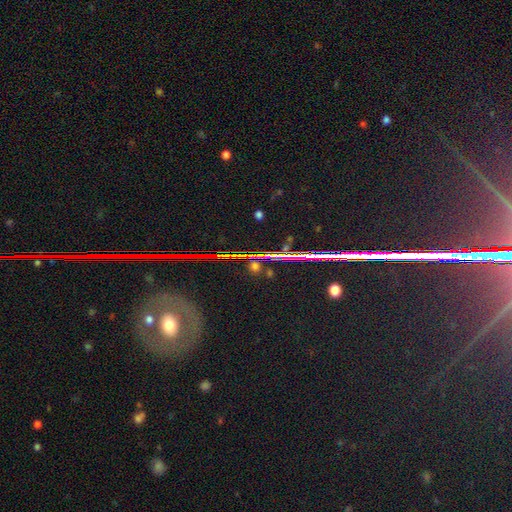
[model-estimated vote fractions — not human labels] Morphology: type=star or artifact (75%).